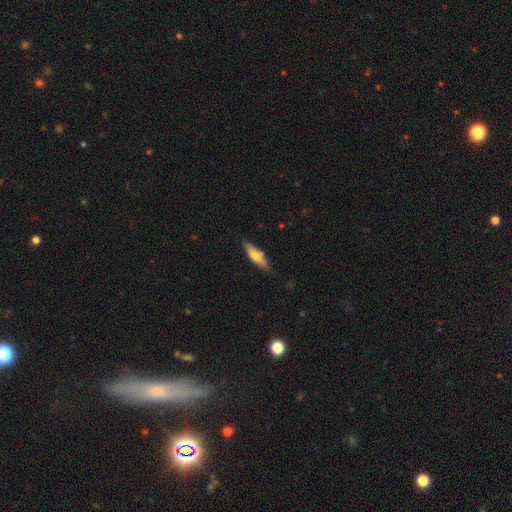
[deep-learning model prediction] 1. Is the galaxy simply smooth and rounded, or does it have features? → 57% smooth, 37% featured or disk, 6% star or artifact.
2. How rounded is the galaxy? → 67% cigar-shaped, 31% in between, 2% round.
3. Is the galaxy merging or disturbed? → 76% none, 18% minor disturbance, 3% major disturbance, 3% merger.